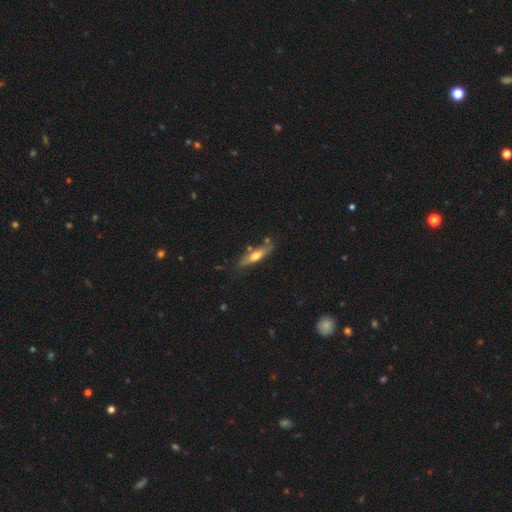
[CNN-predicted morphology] This is possibly a smooth galaxy (51%). How rounded: likely cigar-shaped (69%). Merging: likely none (69%).